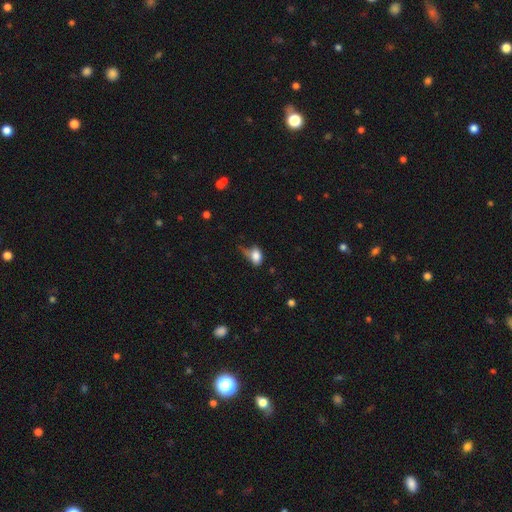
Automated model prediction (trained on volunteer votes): smooth_or_featured: smooth (p=0.79) [alt: featured or disk p=0.11]
how_rounded: in between (p=0.76) [alt: round p=0.21]
merging: minor disturbance (p=0.35) [alt: none p=0.32]